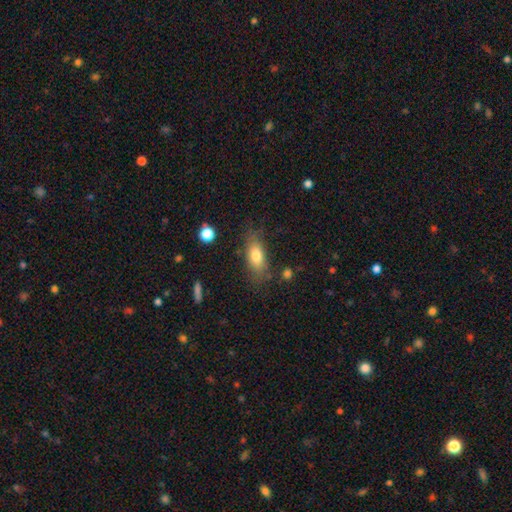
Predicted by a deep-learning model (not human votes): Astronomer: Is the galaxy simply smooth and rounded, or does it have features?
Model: smooth — 77%.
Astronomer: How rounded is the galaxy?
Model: in between — 80%.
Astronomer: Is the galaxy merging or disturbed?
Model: none — 72%.